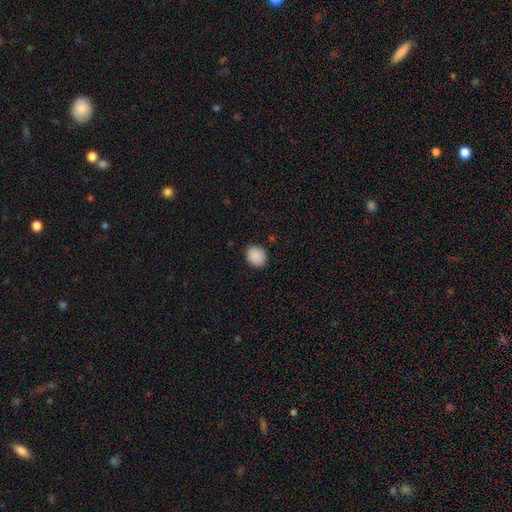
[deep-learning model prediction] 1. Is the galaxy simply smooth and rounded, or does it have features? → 89% smooth, 8% star or artifact, 3% featured or disk.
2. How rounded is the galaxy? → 67% round, 32% in between, 1% cigar-shaped.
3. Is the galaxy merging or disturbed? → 87% none, 9% minor disturbance, 2% major disturbance, 1% merger.